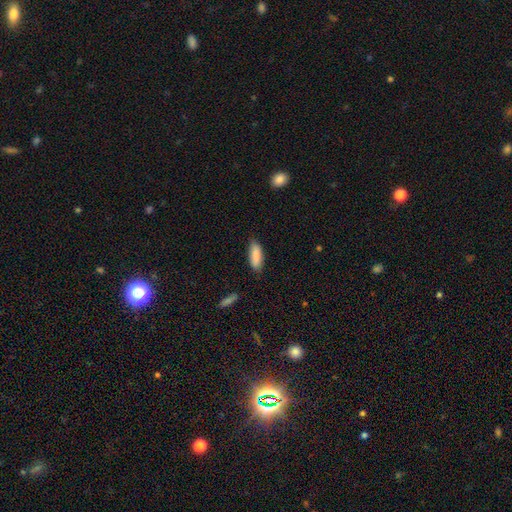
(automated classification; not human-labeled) Smooth or featured? Predicted: smooth (p=0.88). How rounded? Predicted: in between (p=0.64). Merging? Predicted: none (p=0.83).